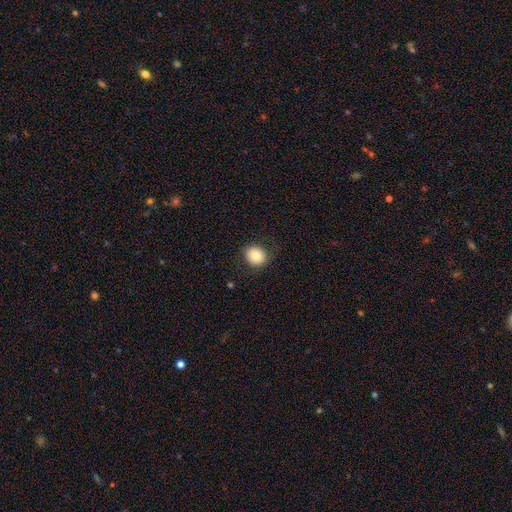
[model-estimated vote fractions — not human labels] Morphology: type=smooth (80%); roundness=round (83%); merging=none (83%).